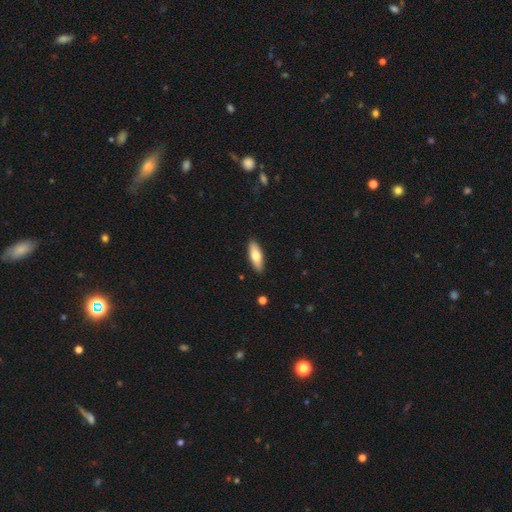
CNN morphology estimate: A smooth galaxy with no disk features (71%) that is in between round and cigar-shaped (64%).

Vote fractions:
- Smooth or featured? smooth: 71% / featured or disk: 23% / star or artifact: 6%
- How rounded? in between: 64% / cigar-shaped: 34% / round: 2%
- Merging? none: 90% / minor disturbance: 8% / major disturbance: 2% / merger: 1%